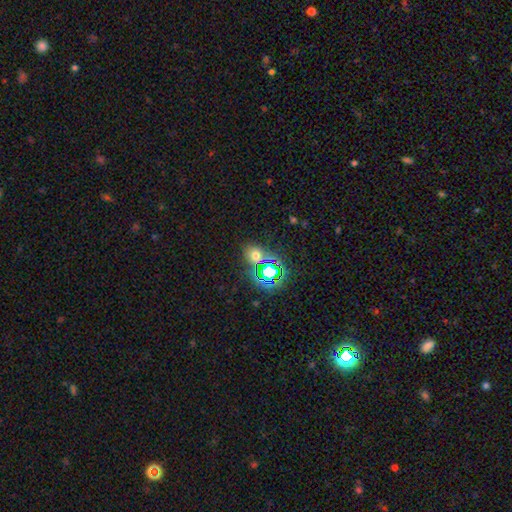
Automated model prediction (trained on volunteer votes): Morphology: type=smooth (51%); roundness=round (66%); merging=none (73%).